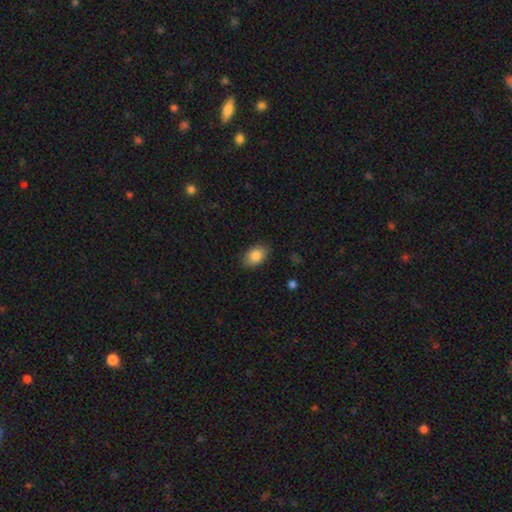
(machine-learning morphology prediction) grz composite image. It shows a smooth galaxy with no disk features (85%) that is in between round and cigar-shaped (86%). Merging: none (84%).